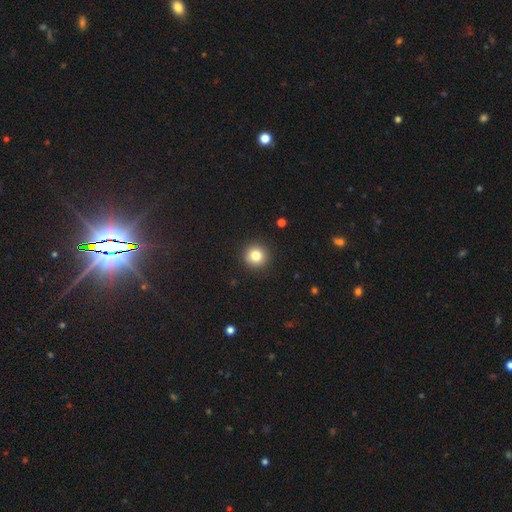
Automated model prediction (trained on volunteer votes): The model was most divided on "smooth or featured": smooth: 82%, star or artifact: 11%, featured or disk: 7%. More confident: how rounded — round (95%); merging — none (92%).